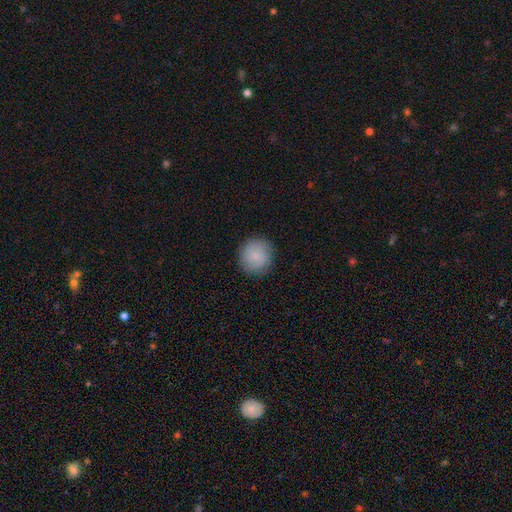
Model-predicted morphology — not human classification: Smooth or featured? smooth (81%)
How rounded? round (92%)
Merging? none (86%)